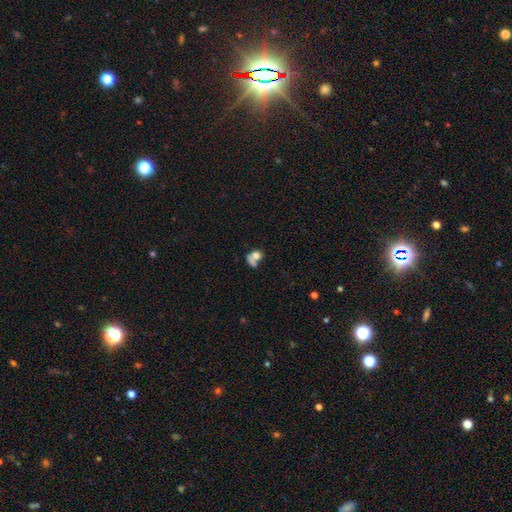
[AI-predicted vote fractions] Smooth or featured: smooth — 65% (featured or disk — 20%)
How rounded: round — 55% (in between — 43%)
Merging: merger — 44% (none — 29%)